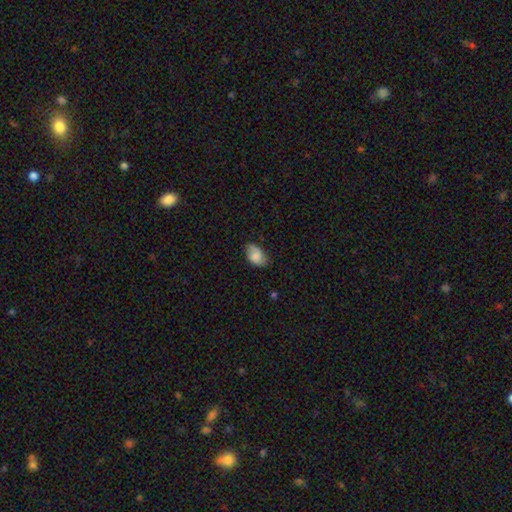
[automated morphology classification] Smooth or featured?
  - smooth: 70% *
  - featured or disk: 22%
  - star or artifact: 8%
How rounded?
  - in between: 89% *
  - round: 10%
  - cigar-shaped: 1%
Merging?
  - none: 68% *
  - minor disturbance: 25%
  - major disturbance: 6%
  - merger: 1%